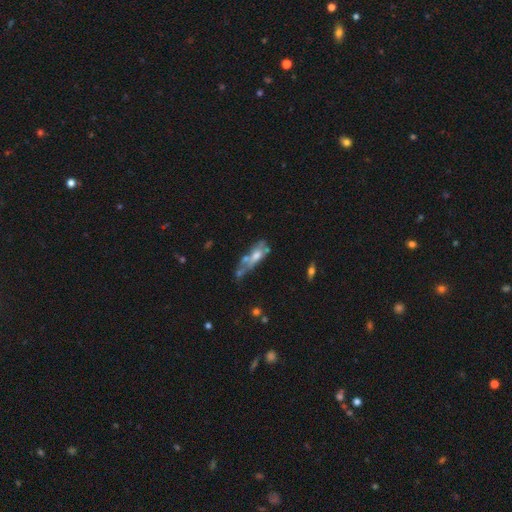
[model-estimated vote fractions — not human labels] Morphology: type=featured or disk (46%); merging=merger (27%).